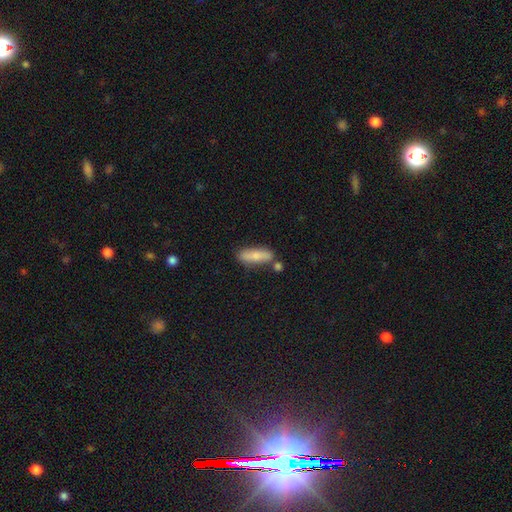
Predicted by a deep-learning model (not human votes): Smooth or featured?
  - smooth: 73% *
  - featured or disk: 20%
  - star or artifact: 6%
How rounded?
  - cigar-shaped: 55% *
  - in between: 43%
  - round: 2%
Merging?
  - none: 71% *
  - minor disturbance: 14%
  - merger: 11%
  - major disturbance: 3%